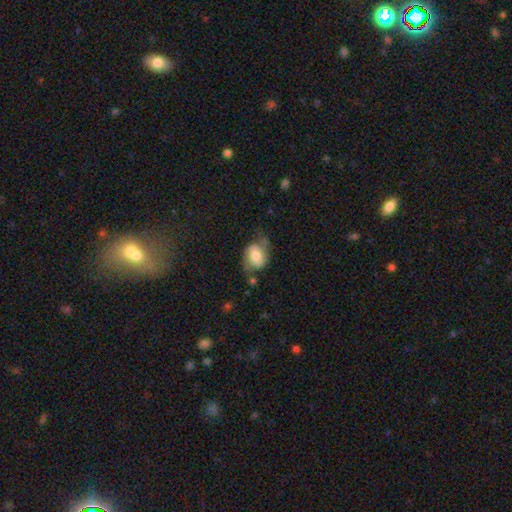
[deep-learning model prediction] A smooth galaxy with no disk features (51%) that is in between round and cigar-shaped (61%). Merging: none (49%).